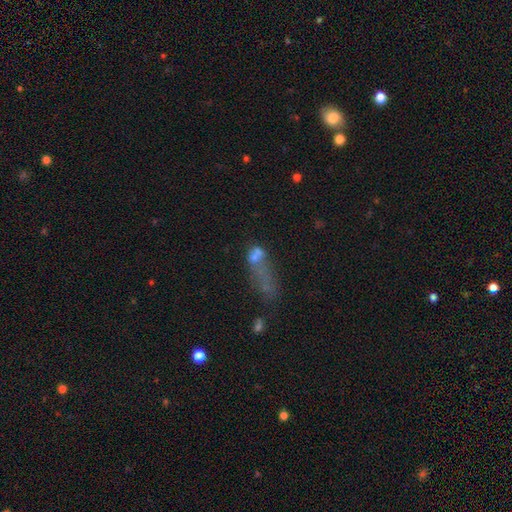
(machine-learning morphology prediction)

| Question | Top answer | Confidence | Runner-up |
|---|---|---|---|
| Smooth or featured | smooth | 50% | featured or disk (31%) |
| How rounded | in between | 60% | cigar-shaped (24%) |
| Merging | merger | 39% | major disturbance (31%) |